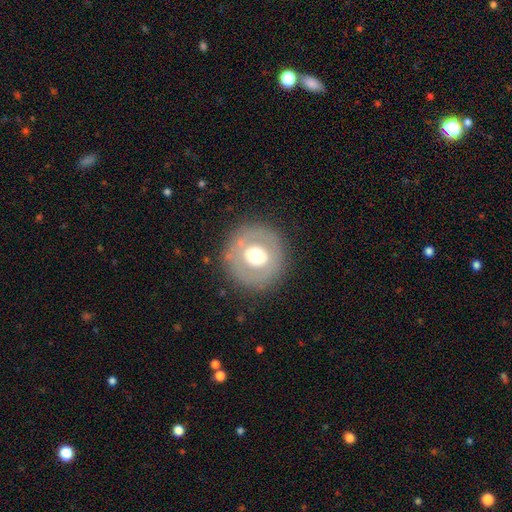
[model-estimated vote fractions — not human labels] Smooth or featured? Predicted: smooth (p=0.51). How rounded? Predicted: round (p=0.93). Merging? Predicted: none (p=0.84).